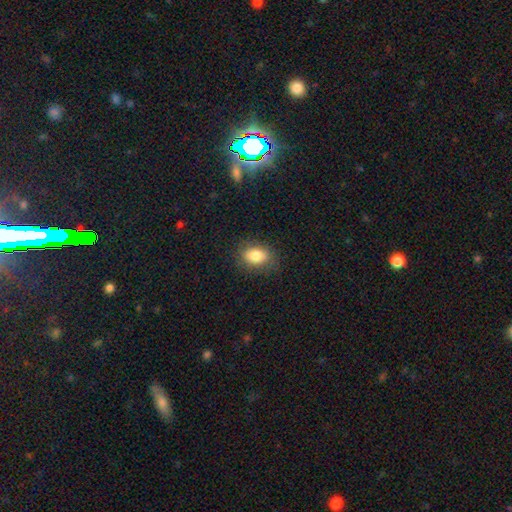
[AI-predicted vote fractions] Smooth or featured: smooth — 81% (featured or disk — 11%)
How rounded: in between — 77% (round — 21%)
Merging: none — 80% (minor disturbance — 14%)